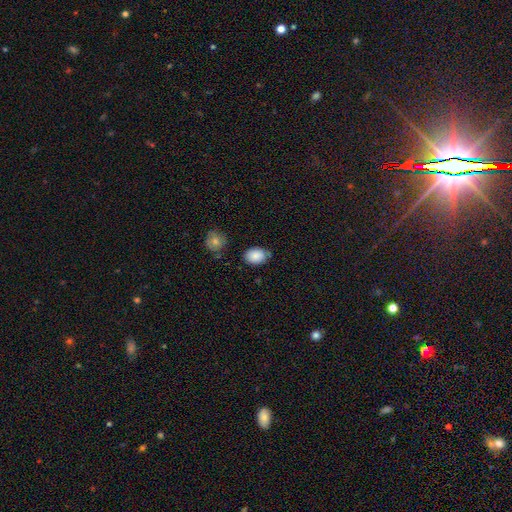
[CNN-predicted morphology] Smooth or featured: smooth — 86% (star or artifact — 8%)
How rounded: in between — 71% (round — 28%)
Merging: none — 72% (minor disturbance — 20%)